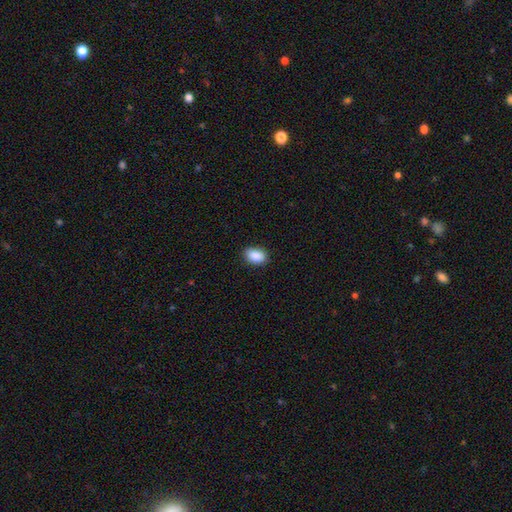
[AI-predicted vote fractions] Smooth or featured? smooth (90%)
How rounded? in between (85%)
Merging? none (85%)